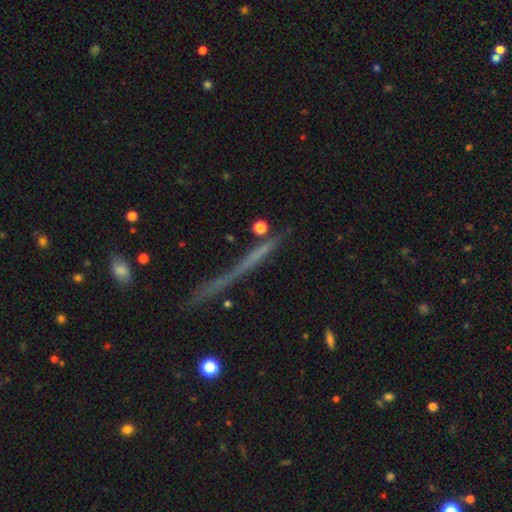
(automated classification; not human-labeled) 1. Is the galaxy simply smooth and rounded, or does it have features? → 43% featured or disk, 39% smooth, 18% star or artifact.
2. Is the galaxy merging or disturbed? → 68% none, 17% minor disturbance, 10% major disturbance, 6% merger.